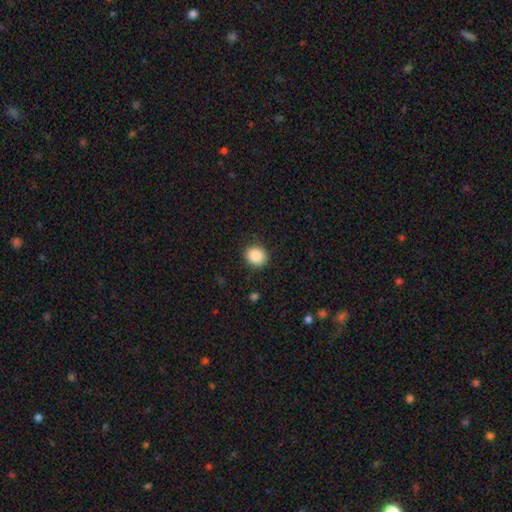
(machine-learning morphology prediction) Q: Smooth or featured?
A: smooth (88%); runner-up: star or artifact (9%)
Q: How rounded?
A: round (73%); runner-up: in between (26%)
Q: Merging?
A: none (88%); runner-up: minor disturbance (9%)